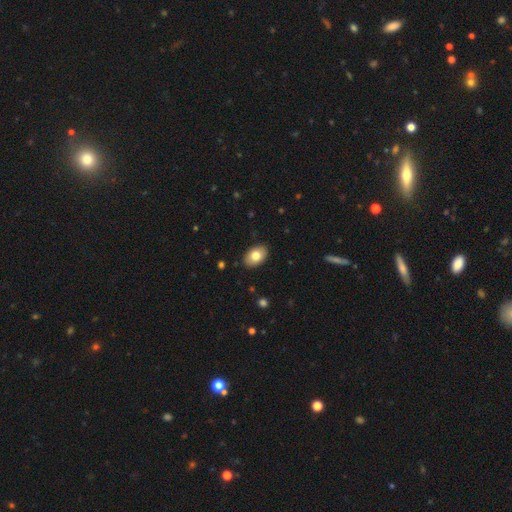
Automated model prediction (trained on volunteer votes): This appears to be a smooth galaxy with no disk features (79%) that is in between round and cigar-shaped (88%). Merging: none (89%).